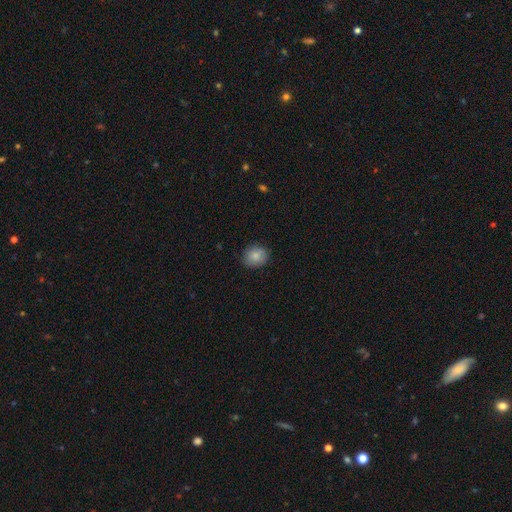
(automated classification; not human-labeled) smooth-or-featured: smooth: 86% | star or artifact: 8% | featured or disk: 6%
  how-rounded: round: 69% | in between: 30% | cigar-shaped: 1%
  merging: none: 86% | minor disturbance: 11% | major disturbance: 2% | merger: 1%